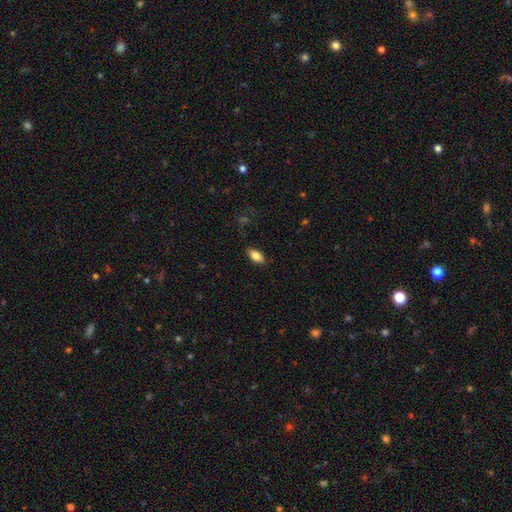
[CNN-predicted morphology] This is clearly a smooth galaxy (82%). How rounded: clearly in between (90%). Merging: clearly none (85%).